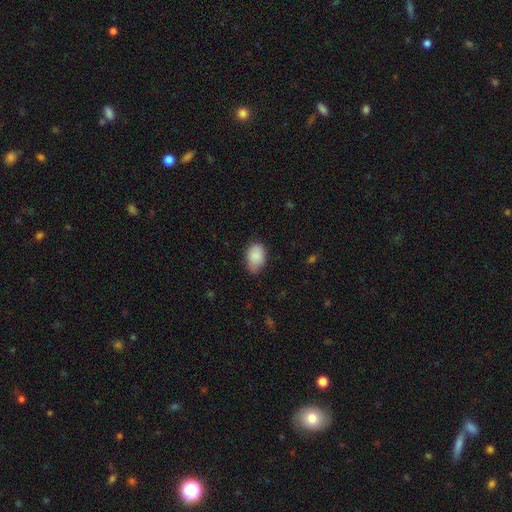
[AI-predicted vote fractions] smooth 88%, star or artifact 7%, featured or disk 5%. Down the decision tree: how rounded — in between (84%); merging — none (63%).